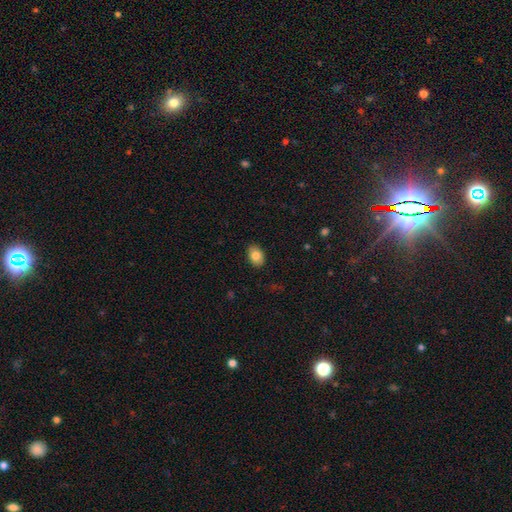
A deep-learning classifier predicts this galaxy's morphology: type=smooth (84%); roundness=in between (82%); merging=none (88%).